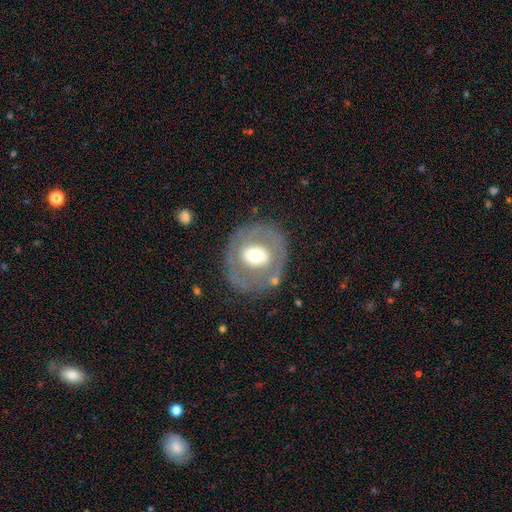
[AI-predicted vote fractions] The model was most divided on "smooth or featured": featured or disk: 55%, smooth: 38%, star or artifact: 7%. More confident: edge-on disk — no (93%); spiral arms — no (85%); merging — none (75%); bar — no (65%); bulge size — moderate (59%).